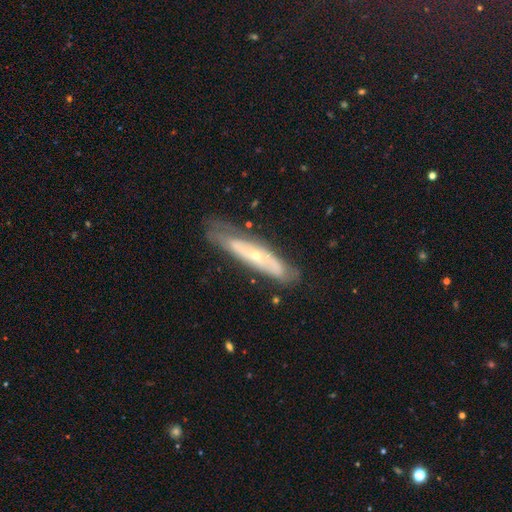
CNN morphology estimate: Smooth or featured: featured or disk — 67% (smooth — 26%)
Edge-on disk: no — 56% (yes — 44%)
Merging: none — 64% (minor disturbance — 25%)